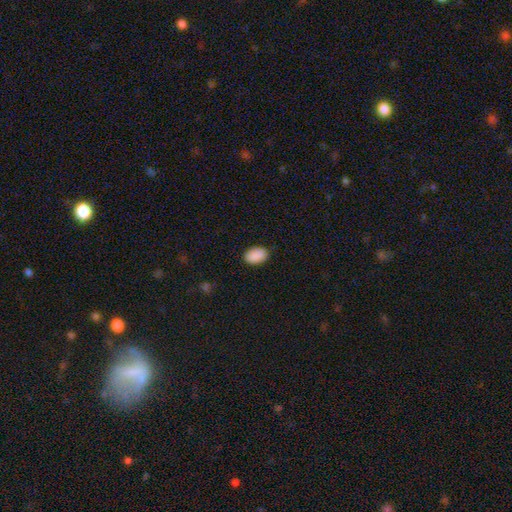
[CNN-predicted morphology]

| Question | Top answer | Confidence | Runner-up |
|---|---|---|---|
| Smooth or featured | smooth | 91% | star or artifact (7%) |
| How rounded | in between | 90% | round (9%) |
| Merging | none | 89% | minor disturbance (8%) |